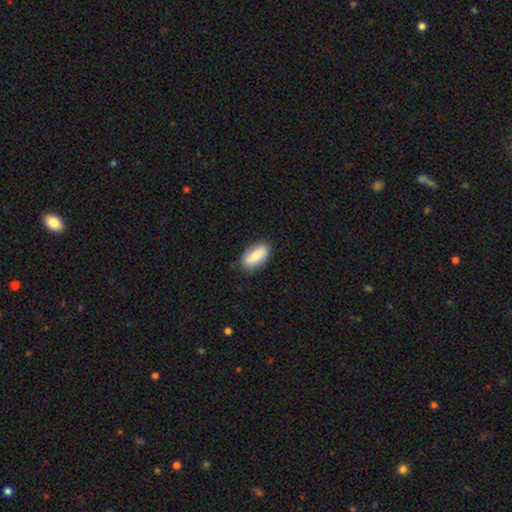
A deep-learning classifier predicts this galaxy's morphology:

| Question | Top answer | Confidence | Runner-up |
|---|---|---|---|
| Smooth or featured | smooth | 78% | featured or disk (16%) |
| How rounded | in between | 90% | cigar-shaped (7%) |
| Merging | none | 83% | minor disturbance (13%) |